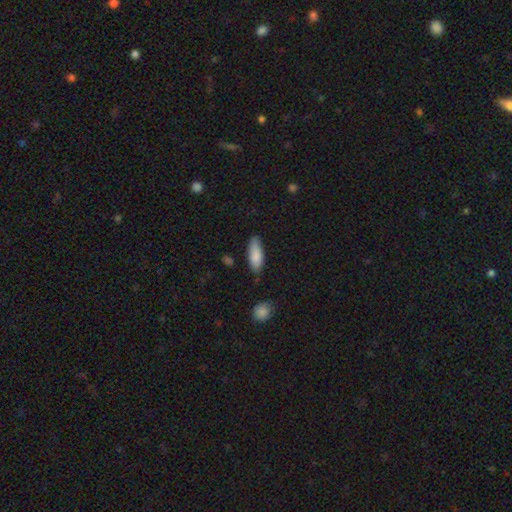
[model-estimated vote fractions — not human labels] Smooth or featured? Predicted: smooth (p=0.87). How rounded? Predicted: in between (p=0.69). Merging? Predicted: none (p=0.77).